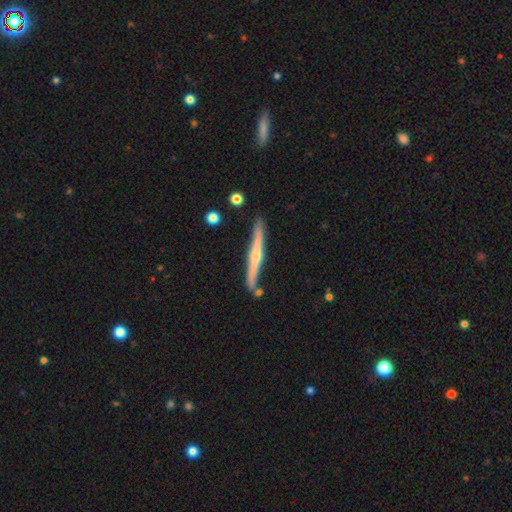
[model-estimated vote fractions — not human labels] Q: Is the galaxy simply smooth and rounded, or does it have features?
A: featured or disk — 70%.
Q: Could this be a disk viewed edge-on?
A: yes — 97%.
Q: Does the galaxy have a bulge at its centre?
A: rounded — 81%.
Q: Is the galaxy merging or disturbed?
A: none — 82%.